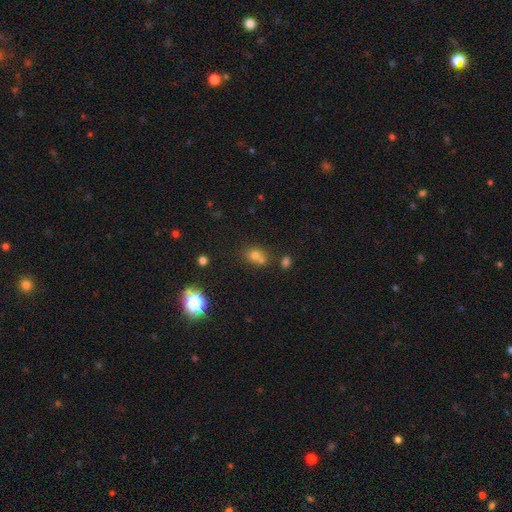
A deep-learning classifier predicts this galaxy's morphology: Smooth or featured: smooth — 68% (star or artifact — 19%)
How rounded: round — 66% (in between — 32%)
Merging: merger — 45% (none — 41%)